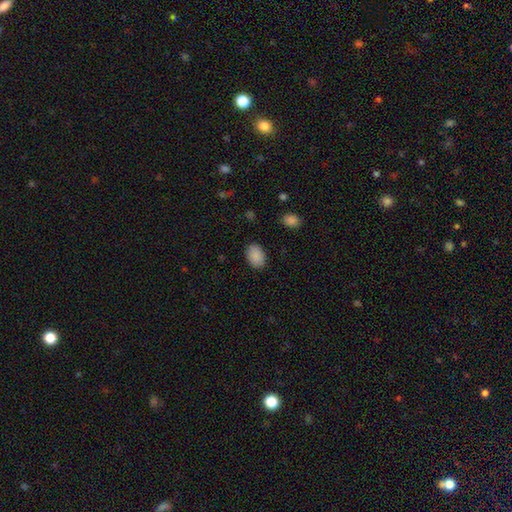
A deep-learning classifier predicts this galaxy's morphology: Smooth or featured: smooth — 89% (star or artifact — 7%)
How rounded: in between — 83% (round — 16%)
Merging: none — 87% (minor disturbance — 9%)